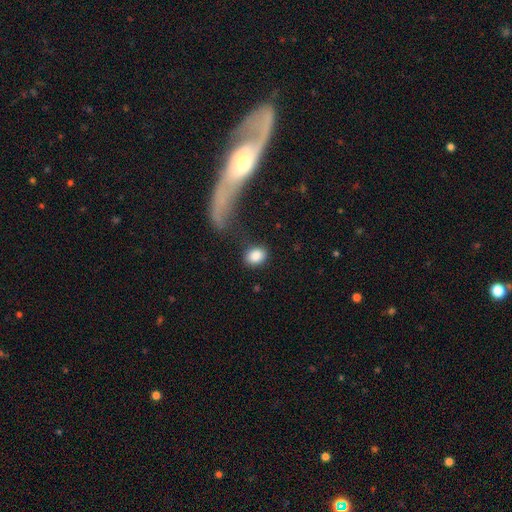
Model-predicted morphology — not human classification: Smooth or featured?
  - smooth: 87% *
  - star or artifact: 8%
  - featured or disk: 5%
How rounded?
  - in between: 61% *
  - round: 38%
  - cigar-shaped: 2%
Merging?
  - none: 71% *
  - minor disturbance: 15%
  - merger: 7%
  - major disturbance: 7%